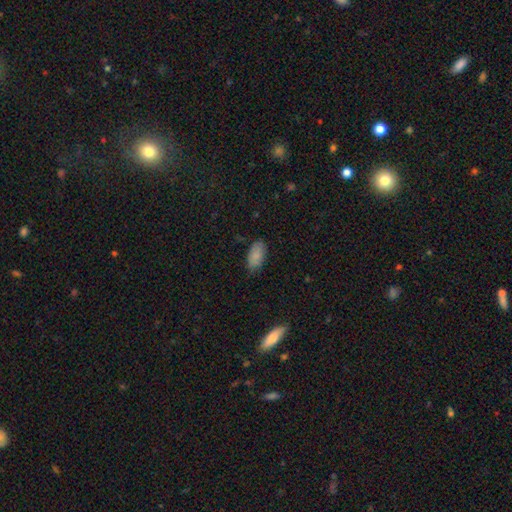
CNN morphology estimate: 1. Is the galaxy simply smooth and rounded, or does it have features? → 86% smooth, 8% star or artifact, 7% featured or disk.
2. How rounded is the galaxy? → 94% in between, 3% round, 3% cigar-shaped.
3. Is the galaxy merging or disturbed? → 75% none, 20% minor disturbance, 4% major disturbance, 1% merger.